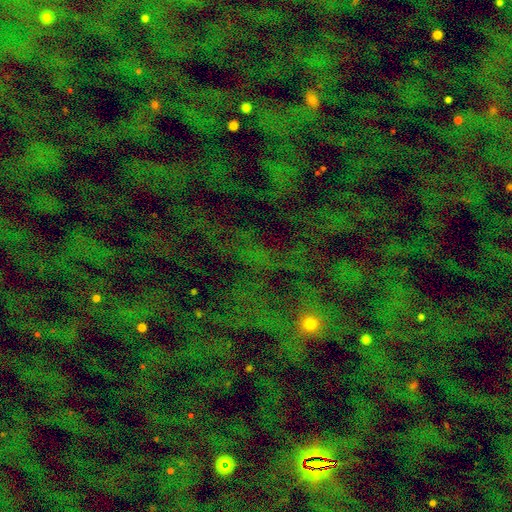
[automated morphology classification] Smooth or featured? Predicted: star or artifact (p=0.70).